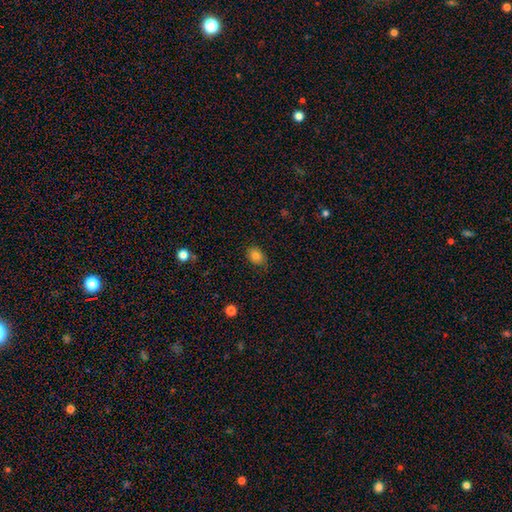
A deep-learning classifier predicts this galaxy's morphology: A smooth galaxy with no disk features (81%) that is in between round and cigar-shaped (63%). Merging: none (76%).